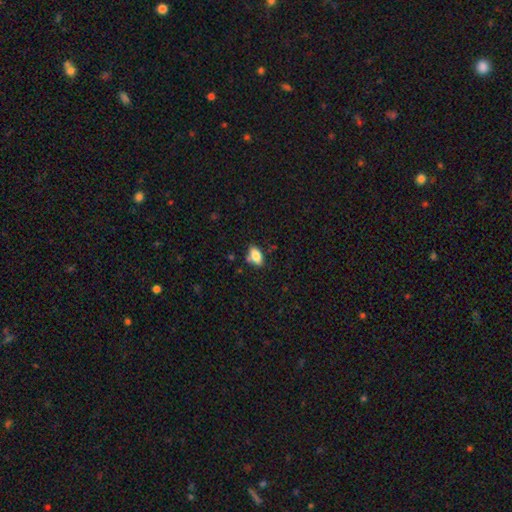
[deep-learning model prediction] A smooth galaxy with no disk features (81%) that is in between round and cigar-shaped (88%). Merging: none (70%).